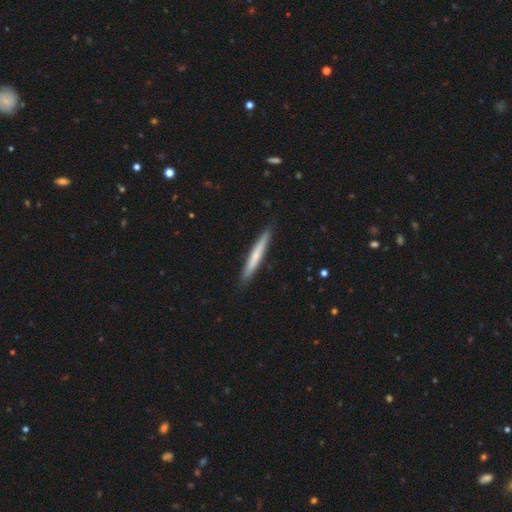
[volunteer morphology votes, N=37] Smooth or featured?
  - smooth: 59% *
  - featured or disk: 38%
  - star or artifact: 3%
How rounded?
  - cigar-shaped: 95% *
  - round: 5%
  - in between: 0%
Merging?
  - none: 92% *
  - minor disturbance: 8%
  - major disturbance: 0%
  - merger: 0%